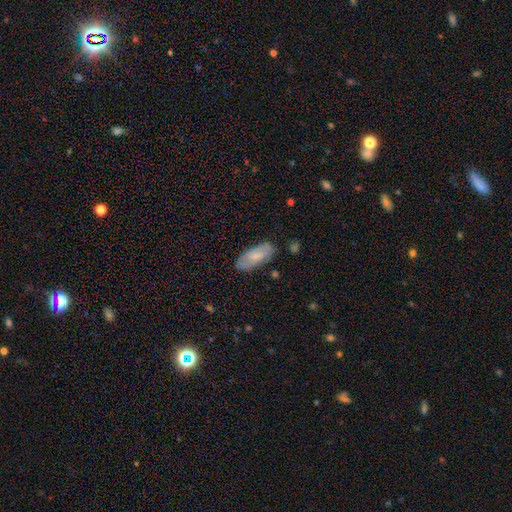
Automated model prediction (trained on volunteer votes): Morphology: type=smooth (66%); roundness=in between (82%); merging=none (80%).